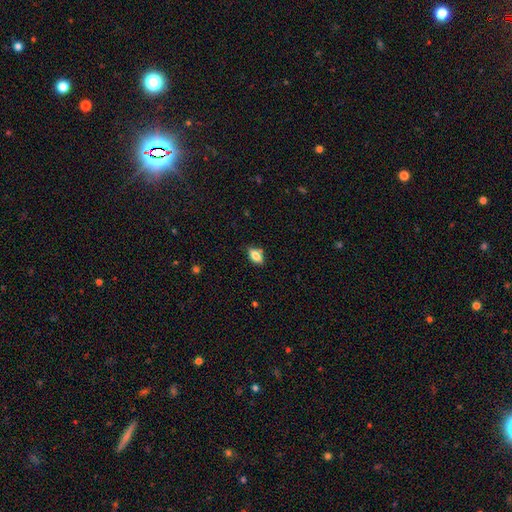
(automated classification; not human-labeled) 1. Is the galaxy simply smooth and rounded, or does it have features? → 81% smooth, 10% featured or disk, 8% star or artifact.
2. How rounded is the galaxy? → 88% in between, 7% round, 5% cigar-shaped.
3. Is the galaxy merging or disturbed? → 74% none, 17% minor disturbance, 6% merger, 3% major disturbance.